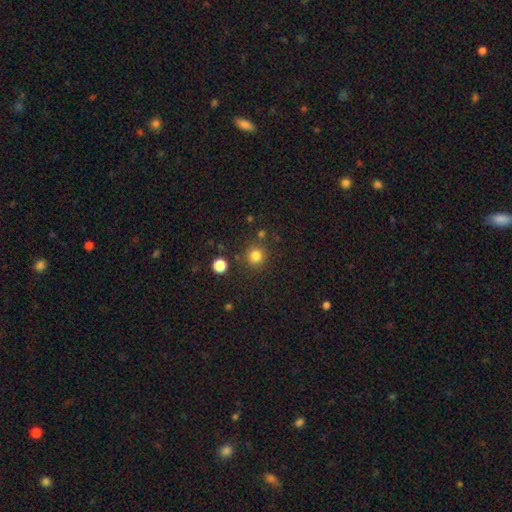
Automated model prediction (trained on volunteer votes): Smooth or featured: smooth — 82% (star or artifact — 13%)
How rounded: round — 93% (in between — 7%)
Merging: none — 85% (minor disturbance — 7%)